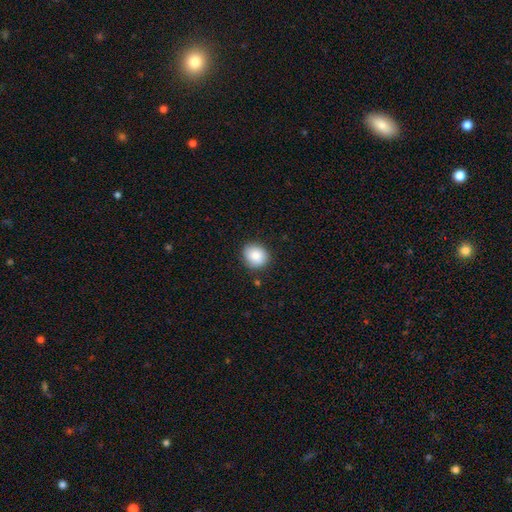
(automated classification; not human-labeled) This is clearly a smooth galaxy (85%). How rounded: likely round (70%). Merging: clearly none (85%).